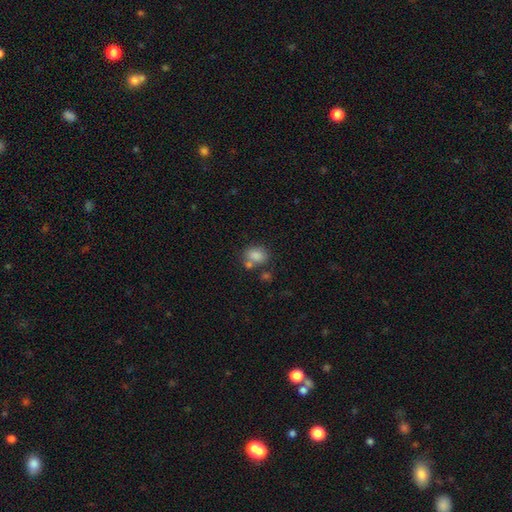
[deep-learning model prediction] A smooth galaxy with no disk features (83%) that is in between round and cigar-shaped (66%). Merging: none (57%).